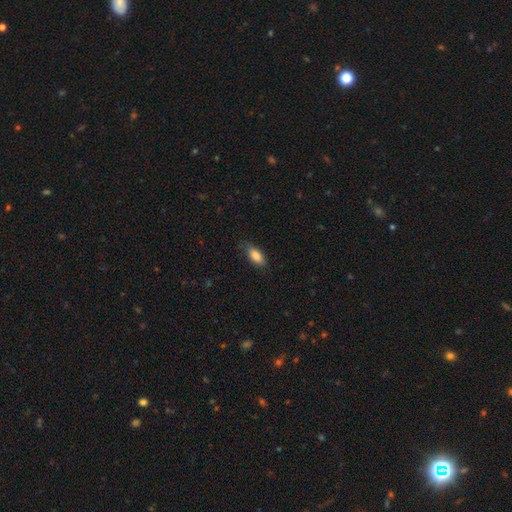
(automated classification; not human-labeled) The model was most divided on "merging": none: 78%, minor disturbance: 18%, major disturbance: 3%, merger: 1%. More confident: smooth or featured — smooth (85%); how rounded — in between (85%).